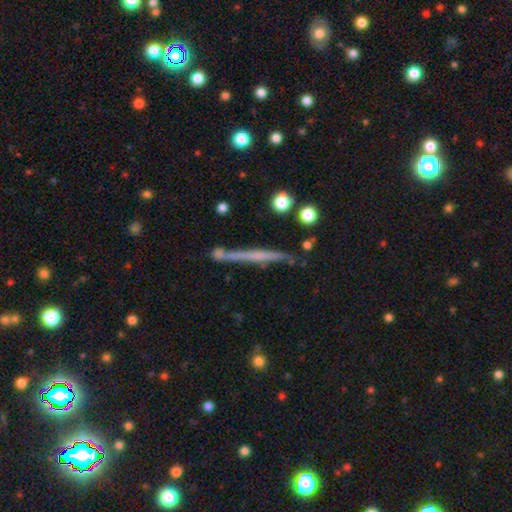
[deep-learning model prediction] Smooth or featured? featured or disk (61%)
Edge-on disk? yes (96%)
Edge-on bulge? none (74%)
Merging? none (78%)